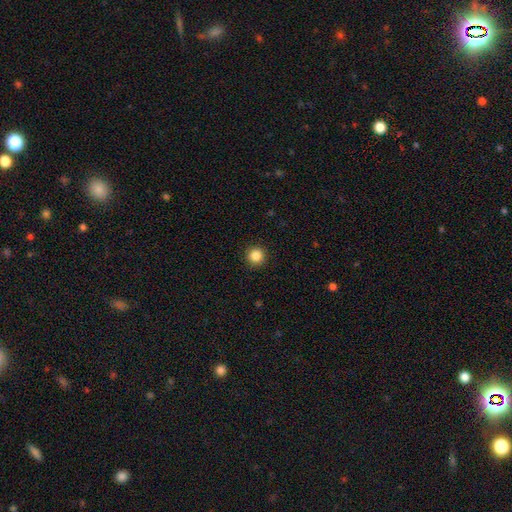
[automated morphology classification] A smooth galaxy with no disk features (86%) that is round (95%). Merging: none (93%).